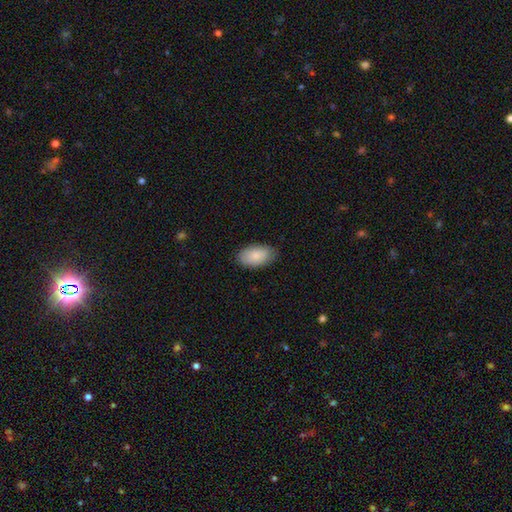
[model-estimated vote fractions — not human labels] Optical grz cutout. It shows a smooth galaxy with no disk features (86%) that is in between round and cigar-shaped (95%). Merging: none (84%).